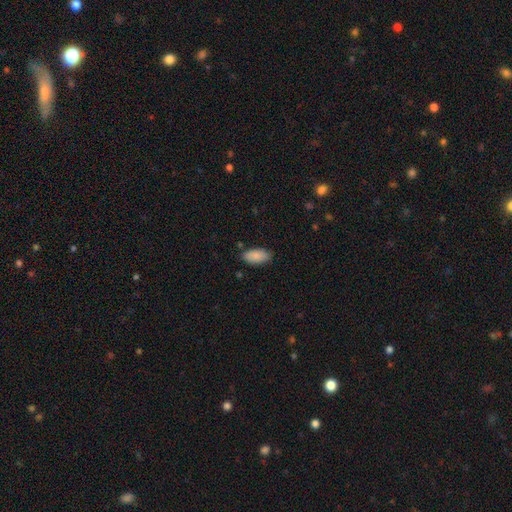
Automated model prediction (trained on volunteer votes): Smooth or featured? Predicted: smooth (p=0.88). How rounded? Predicted: in between (p=0.91). Merging? Predicted: none (p=0.83).